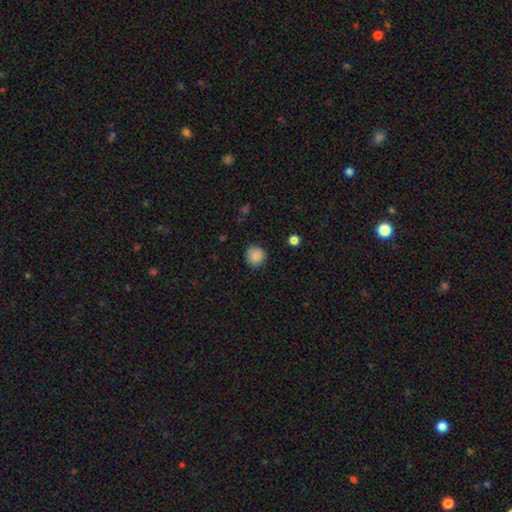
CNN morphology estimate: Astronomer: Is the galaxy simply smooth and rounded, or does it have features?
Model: smooth — 87%.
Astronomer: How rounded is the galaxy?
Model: round — 92%.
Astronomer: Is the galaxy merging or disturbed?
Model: none — 87%.